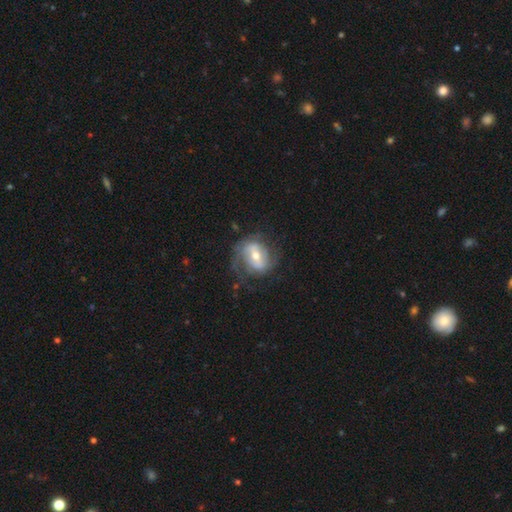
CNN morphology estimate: type=featured or disk (70%); edge-on=no (96%); bar=weak (42%); spiral arms=yes (76%); winding=medium (41%); arm count=2 (61%); bulge=moderate (63%); merging=none (61%).